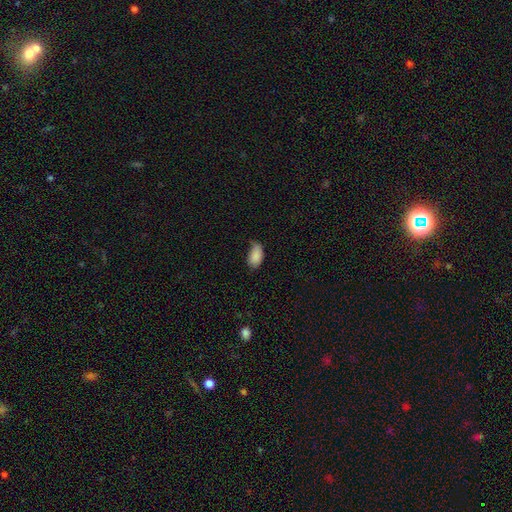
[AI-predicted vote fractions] A smooth galaxy with no disk features (87%) that is in between round and cigar-shaped (94%). Merging: none (51%).